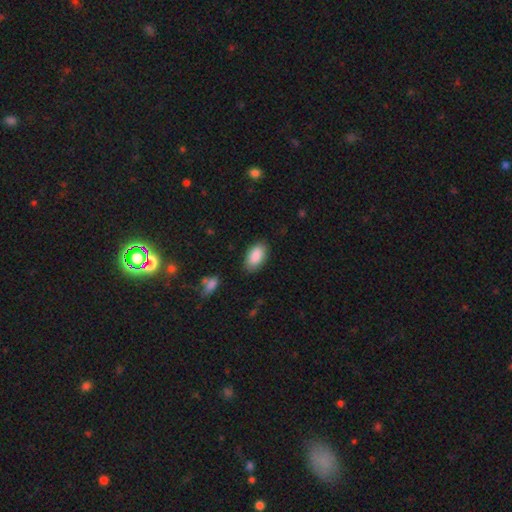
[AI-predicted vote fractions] Q: Smooth or featured?
A: smooth (89%); runner-up: star or artifact (6%)
Q: How rounded?
A: in between (94%); runner-up: round (3%)
Q: Merging?
A: none (84%); runner-up: minor disturbance (12%)